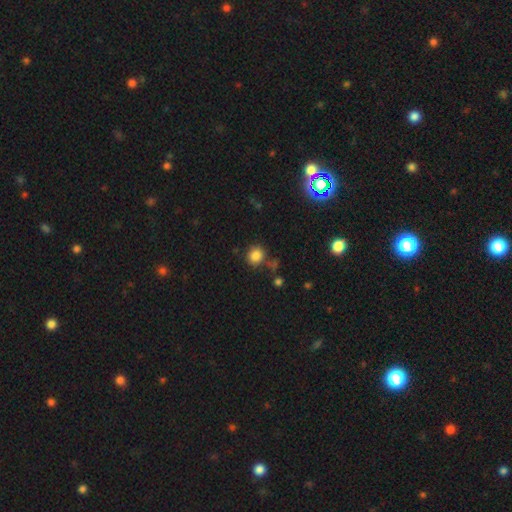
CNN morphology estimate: type=smooth (84%); roundness=round (84%); merging=none (78%).